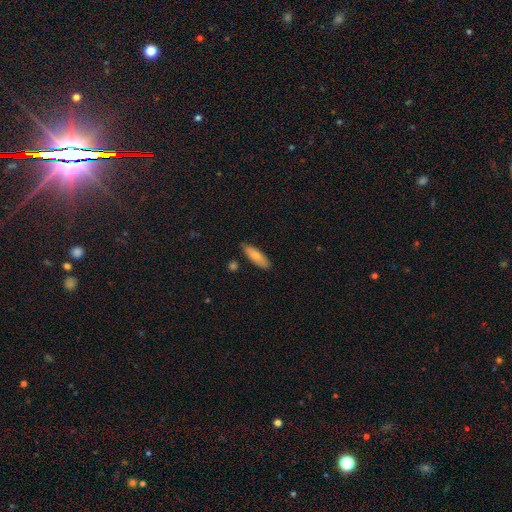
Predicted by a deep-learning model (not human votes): A smooth galaxy with no disk features (74%) that is in between round and cigar-shaped (58%). Merging: none (83%).